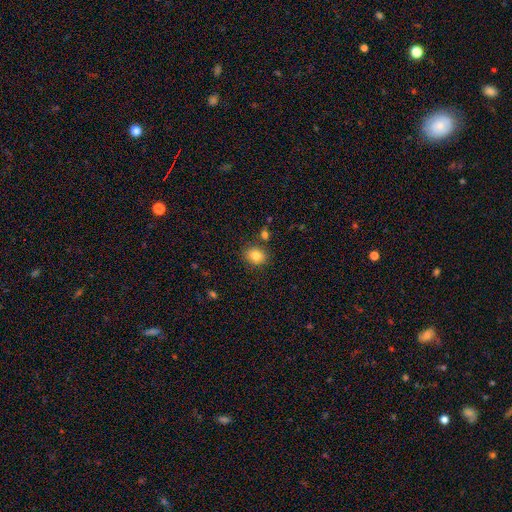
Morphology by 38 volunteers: Smooth or featured: smooth — 89% (featured or disk — 5%)
How rounded: round — 62% (in between — 38%)
Merging: none — 89% (merger — 8%)